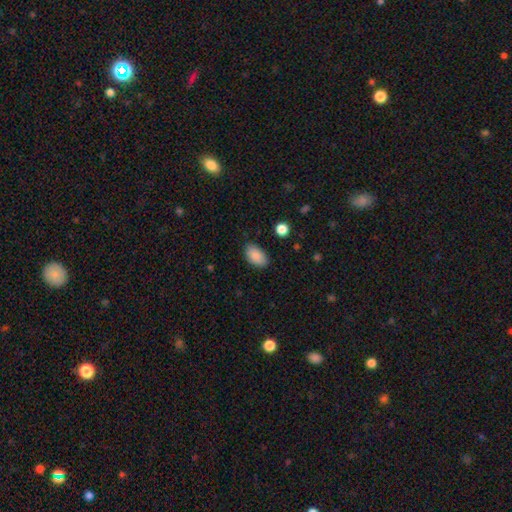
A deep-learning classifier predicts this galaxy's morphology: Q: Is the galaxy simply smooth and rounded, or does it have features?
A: smooth — 89%.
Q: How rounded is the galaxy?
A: in between — 93%.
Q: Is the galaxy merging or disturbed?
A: none — 84%.